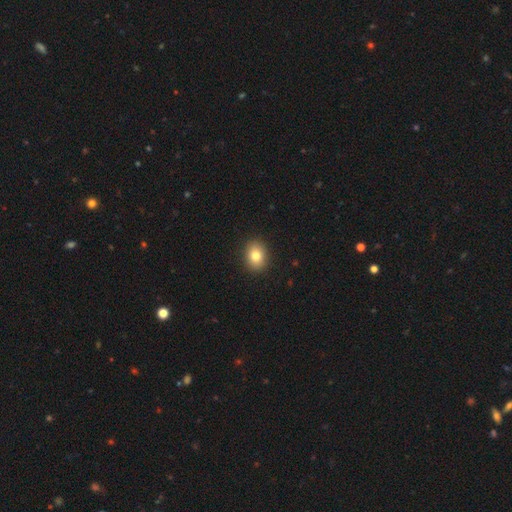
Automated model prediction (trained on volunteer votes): The model was most divided on "how rounded": in between: 55%, round: 44%, cigar-shaped: 1%. More confident: merging — none (91%); smooth or featured — smooth (81%).